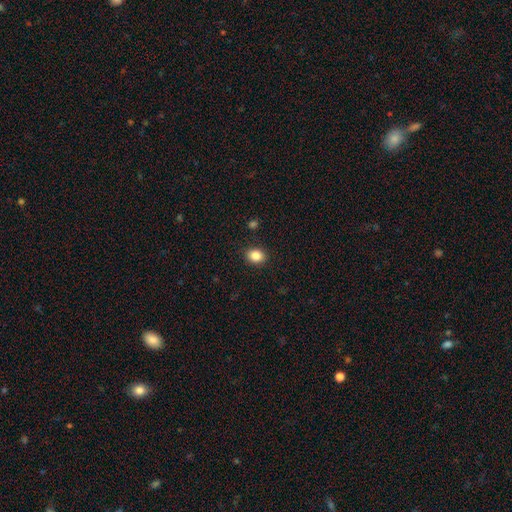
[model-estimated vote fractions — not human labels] Morphology: type=smooth (85%); roundness=in between (52%); merging=none (89%).